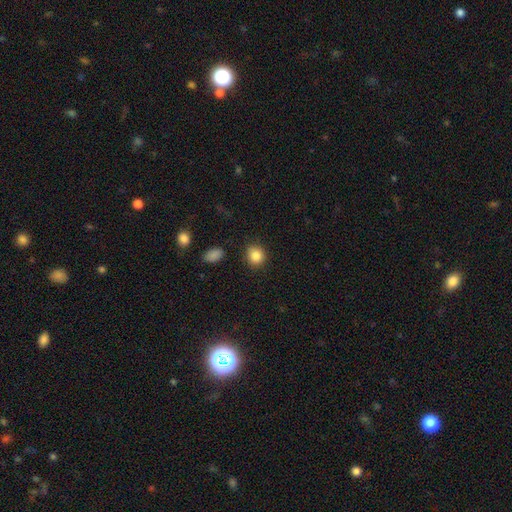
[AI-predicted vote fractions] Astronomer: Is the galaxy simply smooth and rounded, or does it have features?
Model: smooth — 86%.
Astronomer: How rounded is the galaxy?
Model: round — 81%.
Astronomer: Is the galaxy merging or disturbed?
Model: none — 86%.